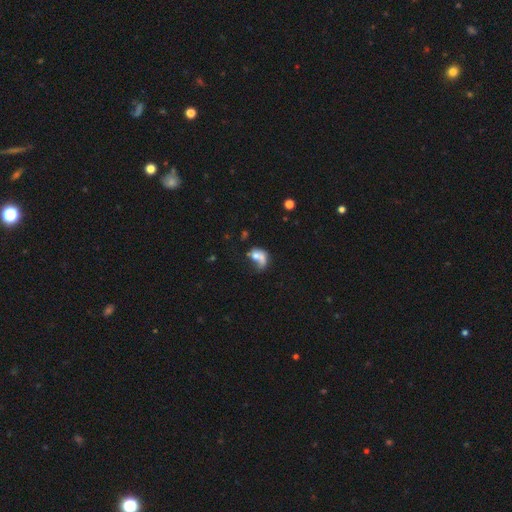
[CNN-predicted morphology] This appears to be a smooth galaxy with no disk features (51%) that is in between round and cigar-shaped (72%). Merging: merger (32%, tied with major disturbance).